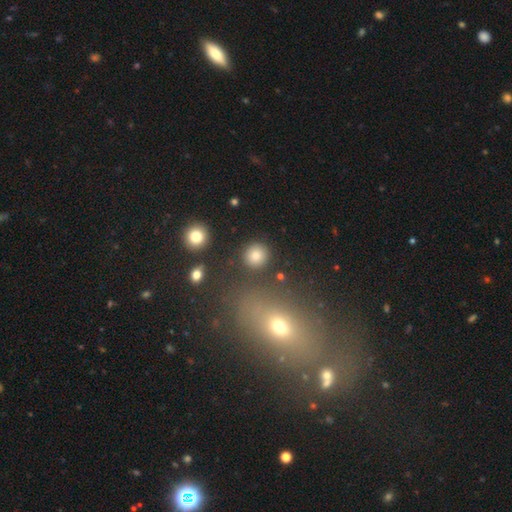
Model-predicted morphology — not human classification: Smooth or featured? Predicted: smooth (p=0.84). How rounded? Predicted: round (p=0.89). Merging? Predicted: none (p=0.87).